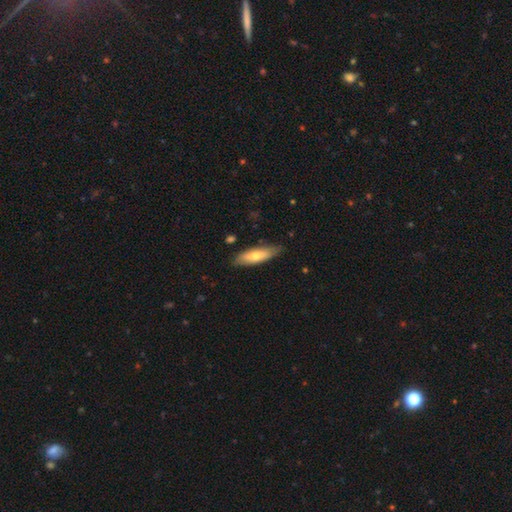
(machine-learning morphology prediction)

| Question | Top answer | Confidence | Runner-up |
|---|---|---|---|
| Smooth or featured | smooth | 64% | featured or disk (30%) |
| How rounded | cigar-shaped | 52% | in between (46%) |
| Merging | none | 82% | minor disturbance (14%) |